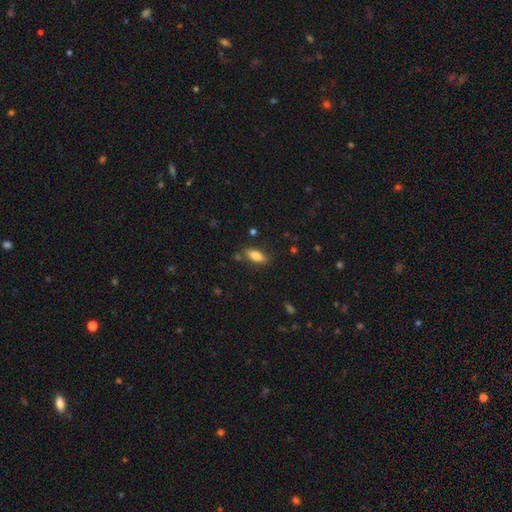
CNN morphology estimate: Smooth or featured? Predicted: smooth (p=0.81). How rounded? Predicted: in between (p=0.81). Merging? Predicted: none (p=0.79).